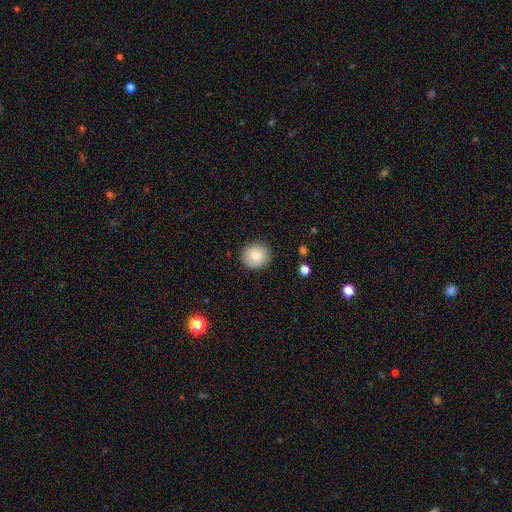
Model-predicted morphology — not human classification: Q: Smooth or featured?
A: smooth (84%); runner-up: featured or disk (9%)
Q: How rounded?
A: round (89%); runner-up: in between (10%)
Q: Merging?
A: none (90%); runner-up: minor disturbance (7%)